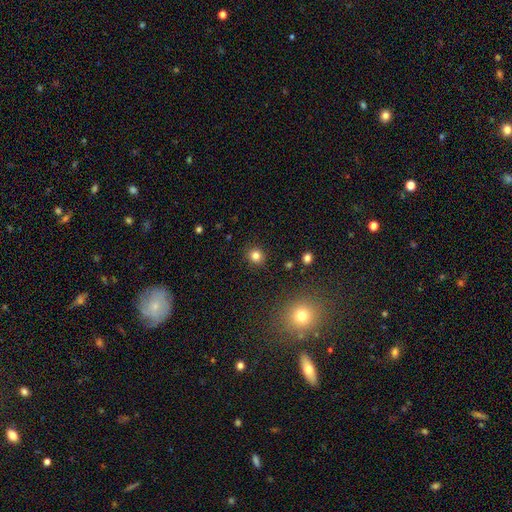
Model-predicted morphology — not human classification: smooth 82%, star or artifact 13%, featured or disk 5%. Down the decision tree: how rounded — round (87%); merging — none (90%).